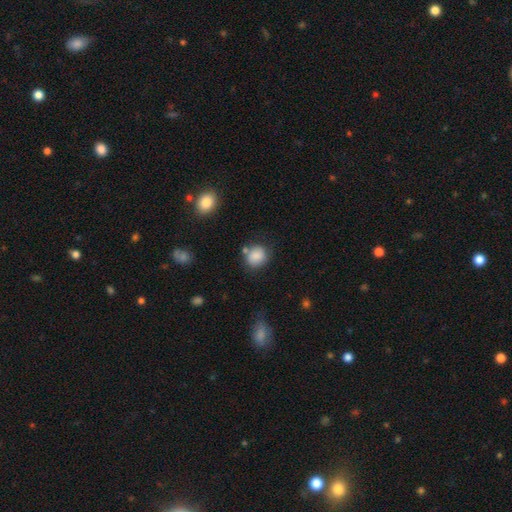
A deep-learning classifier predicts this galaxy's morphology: Smooth or featured: smooth — 85% (star or artifact — 8%)
How rounded: round — 75% (in between — 24%)
Merging: none — 68% (minor disturbance — 17%)